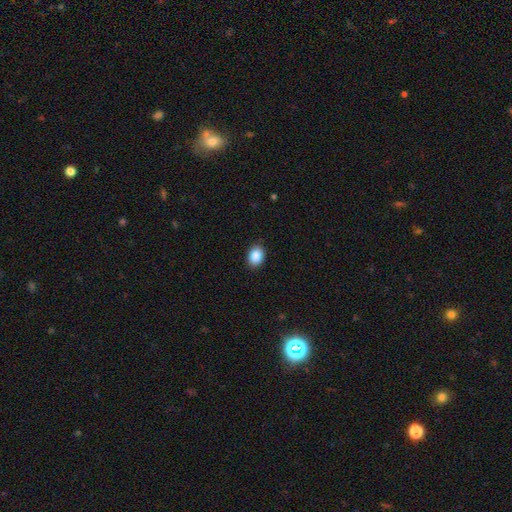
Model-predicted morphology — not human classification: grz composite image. It shows a smooth galaxy with no disk features (88%) that is in between round and cigar-shaped (68%). Merging: none (90%).